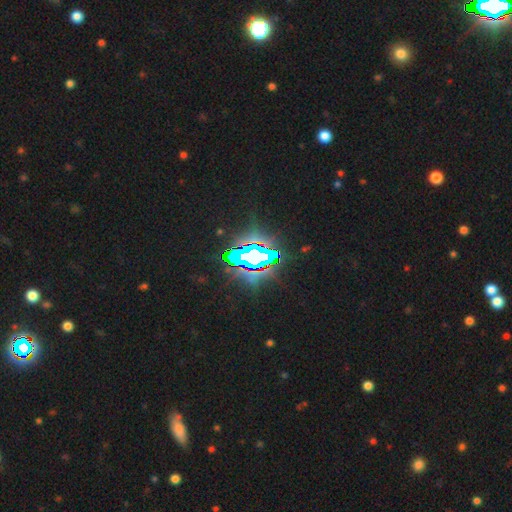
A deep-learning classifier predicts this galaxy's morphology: This is likely a star or artifact rather than a galaxy (75%).